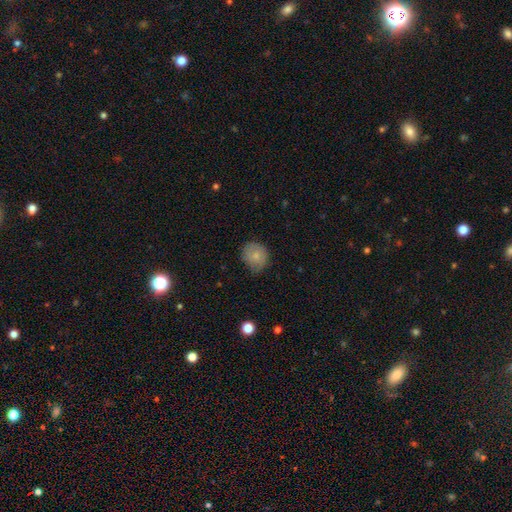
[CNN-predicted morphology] The model was most divided on "merging": none: 65%, minor disturbance: 28%, major disturbance: 6%, merger: 1%. More confident: how rounded — round (80%); smooth or featured — smooth (72%).